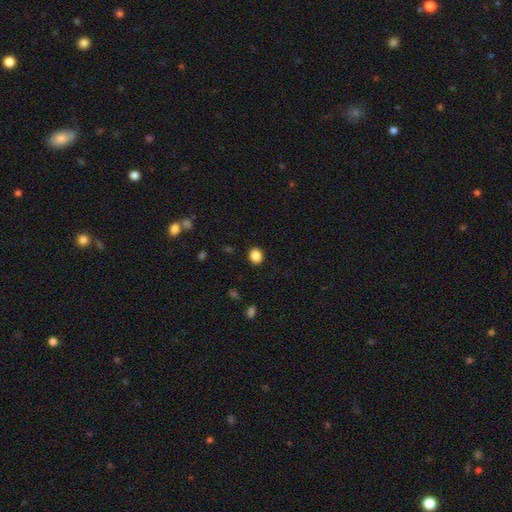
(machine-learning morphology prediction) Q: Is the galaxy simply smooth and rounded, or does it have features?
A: smooth — 87%.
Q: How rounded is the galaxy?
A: round — 63%.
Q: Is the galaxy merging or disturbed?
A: none — 90%.